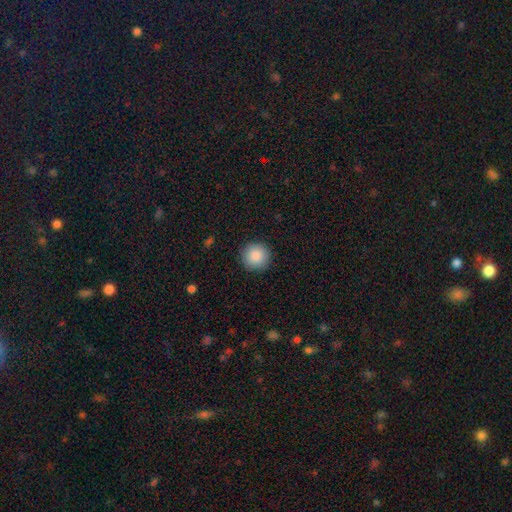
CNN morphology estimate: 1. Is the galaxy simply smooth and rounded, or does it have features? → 88% smooth, 8% star or artifact, 4% featured or disk.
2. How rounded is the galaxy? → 96% round, 3% in between, 1% cigar-shaped.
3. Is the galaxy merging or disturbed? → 91% none, 6% minor disturbance, 2% major disturbance, 1% merger.